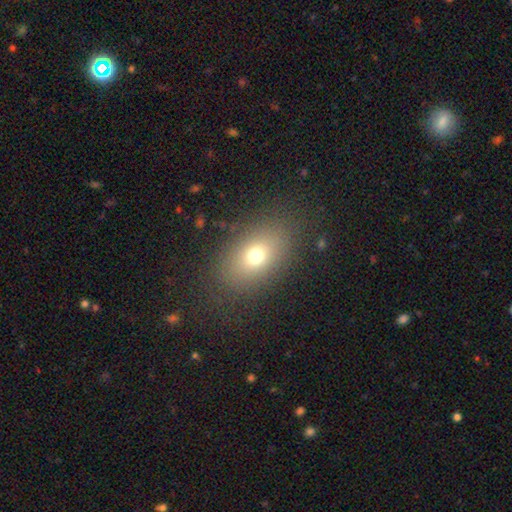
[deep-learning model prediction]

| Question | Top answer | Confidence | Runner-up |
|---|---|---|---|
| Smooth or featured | smooth | 69% | featured or disk (16%) |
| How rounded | in between | 75% | round (23%) |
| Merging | none | 81% | minor disturbance (11%) |